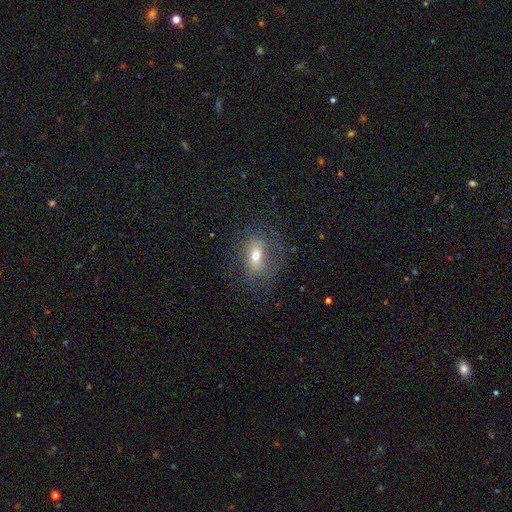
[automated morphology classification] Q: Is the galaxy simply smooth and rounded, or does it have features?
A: smooth — 55%.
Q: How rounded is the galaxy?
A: in between — 74%.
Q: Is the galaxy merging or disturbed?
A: none — 66%.